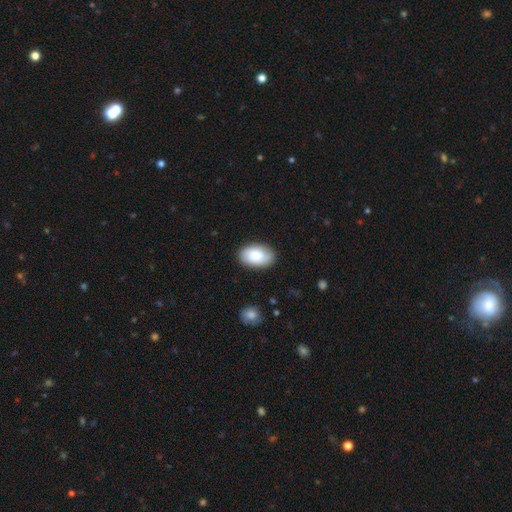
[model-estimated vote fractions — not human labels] smooth 79%, featured or disk 14%, star or artifact 6%. Down the decision tree: how rounded — in between (93%); merging — none (86%).